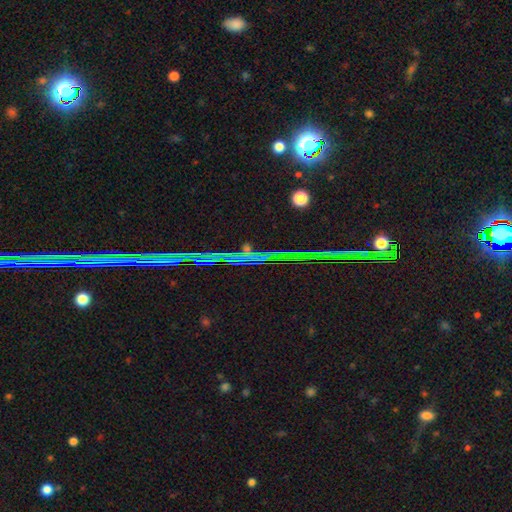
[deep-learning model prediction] The model was most divided on "smooth or featured": star or artifact: 79%, featured or disk: 12%, smooth: 9%.